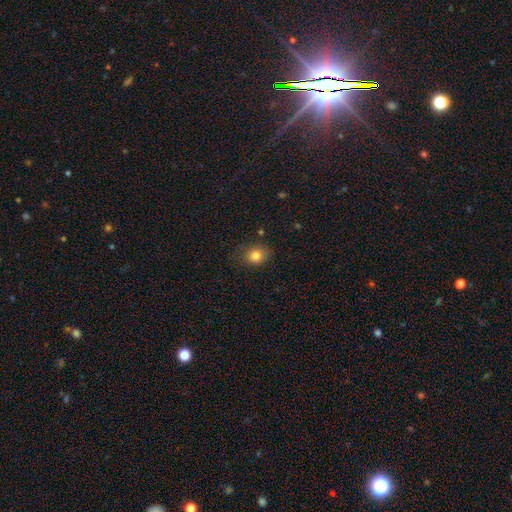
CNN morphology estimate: Smooth or featured: smooth — 81% (star or artifact — 11%)
How rounded: round — 57% (in between — 42%)
Merging: none — 76% (minor disturbance — 18%)